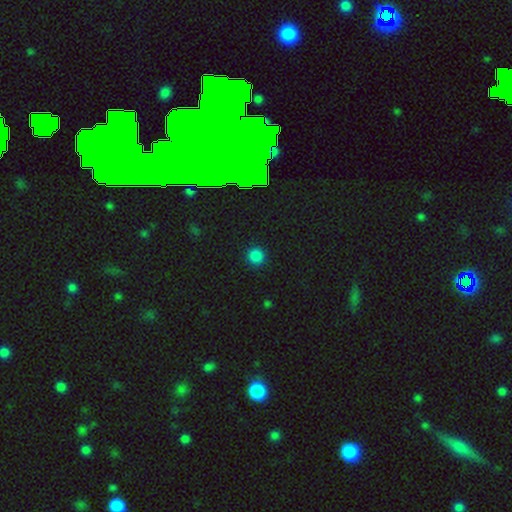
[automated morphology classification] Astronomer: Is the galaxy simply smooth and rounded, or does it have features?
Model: smooth — 81%.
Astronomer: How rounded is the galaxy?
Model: round — 94%.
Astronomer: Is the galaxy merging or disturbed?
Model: none — 91%.